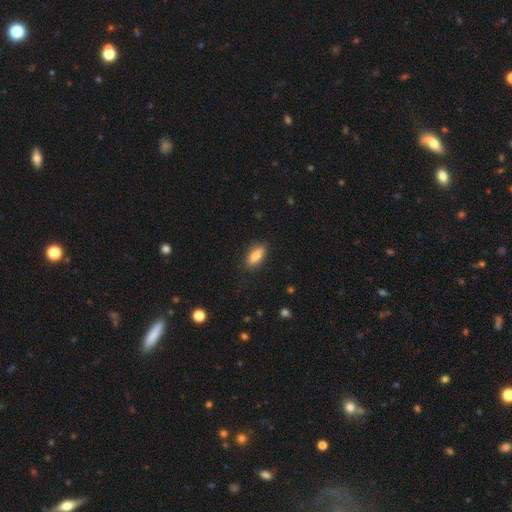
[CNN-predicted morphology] This appears to be a smooth galaxy with no disk features (78%) that is in between round and cigar-shaped (71%). Merging: none (85%).